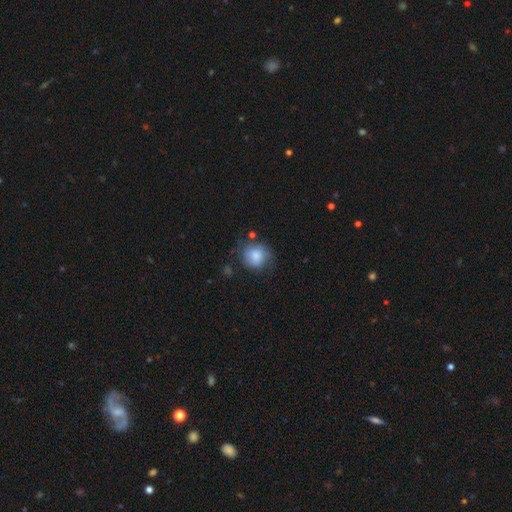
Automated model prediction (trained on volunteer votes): This is clearly a smooth galaxy (82%). How rounded: clearly round (80%). Merging: likely none (63%).